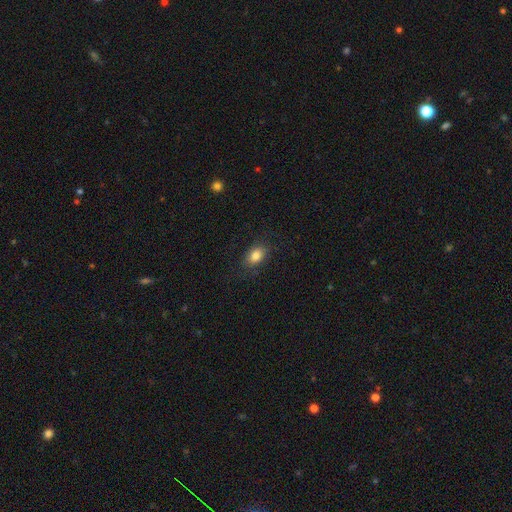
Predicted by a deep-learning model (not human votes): A smooth galaxy with no disk features (84%) that is in between round and cigar-shaped (81%).

Vote fractions:
- Smooth or featured? smooth: 84% / star or artifact: 9% / featured or disk: 7%
- How rounded? in between: 81% / round: 17% / cigar-shaped: 2%
- Merging? none: 83% / minor disturbance: 12% / major disturbance: 4% / merger: 1%